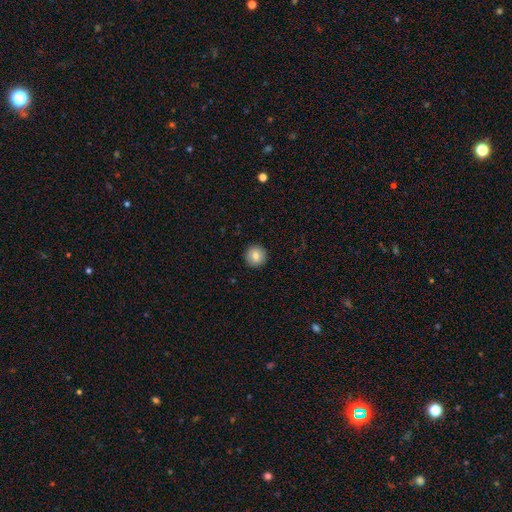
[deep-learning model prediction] Morphology: type=smooth (81%); roundness=round (95%); merging=none (93%).